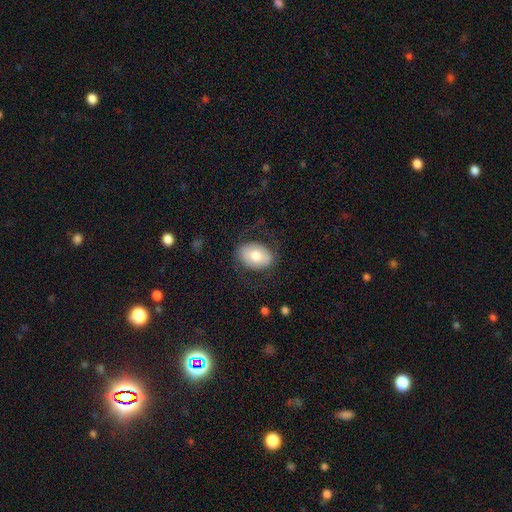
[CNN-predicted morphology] Smooth or featured? smooth (67%)
How rounded? in between (75%)
Merging? none (75%)